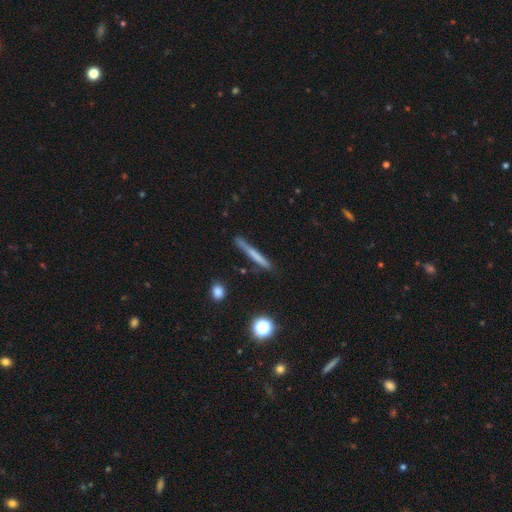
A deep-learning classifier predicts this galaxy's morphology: Smooth or featured?
  - smooth: 60% *
  - featured or disk: 32%
  - star or artifact: 8%
How rounded?
  - cigar-shaped: 95% *
  - in between: 3%
  - round: 2%
Merging?
  - none: 81% *
  - minor disturbance: 13%
  - major disturbance: 3%
  - merger: 3%